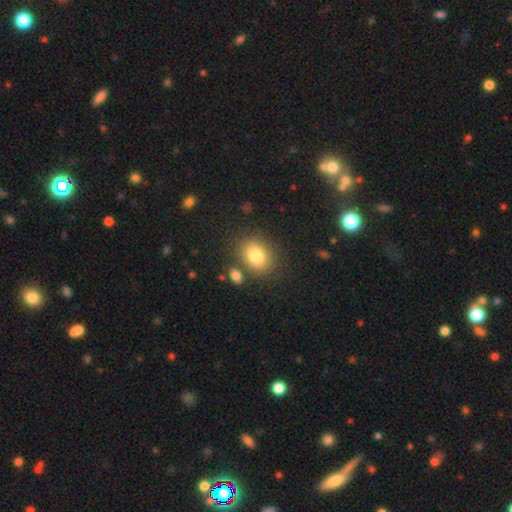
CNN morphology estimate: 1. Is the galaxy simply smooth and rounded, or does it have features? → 83% smooth, 8% featured or disk, 8% star or artifact.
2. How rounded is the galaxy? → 68% in between, 31% round, 1% cigar-shaped.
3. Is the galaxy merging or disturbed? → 77% none, 11% minor disturbance, 8% merger, 4% major disturbance.